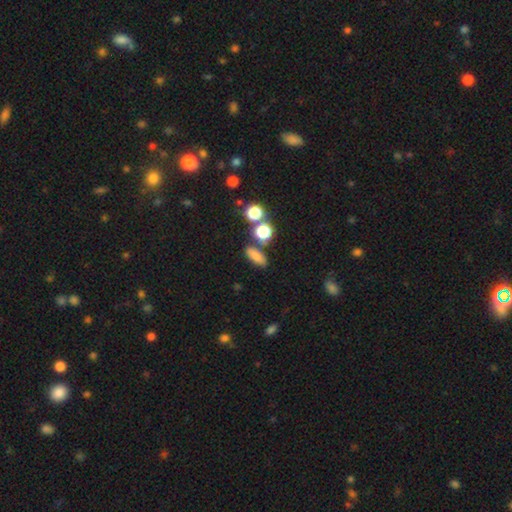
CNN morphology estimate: The model was most divided on "how rounded": in between: 58%, cigar-shaped: 23%, round: 20%. More confident: smooth or featured — smooth (77%); merging — none (73%).